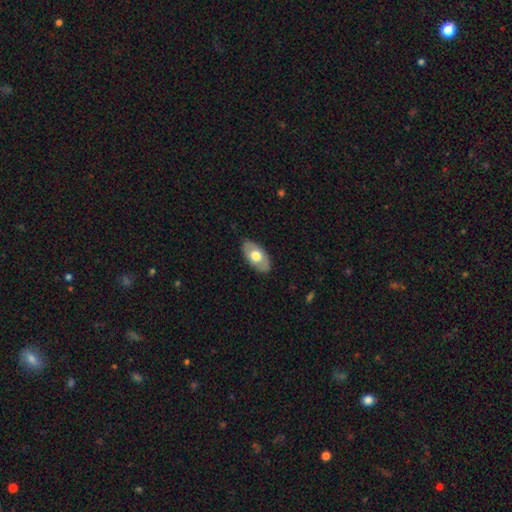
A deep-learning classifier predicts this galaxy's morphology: Overall: smooth (60%; featured or disk 35%). How rounded: in between (93%). Merging: none (85%).